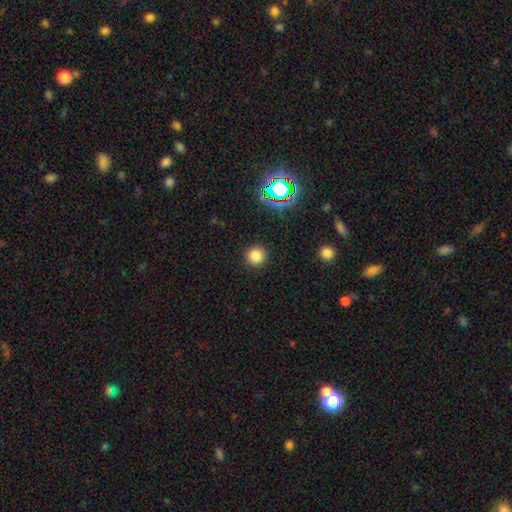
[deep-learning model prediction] smooth-or-featured: smooth: 80% | star or artifact: 16% | featured or disk: 5%
  how-rounded: round: 95% | in between: 4% | cigar-shaped: 1%
  merging: none: 91% | minor disturbance: 5% | major disturbance: 2% | merger: 1%